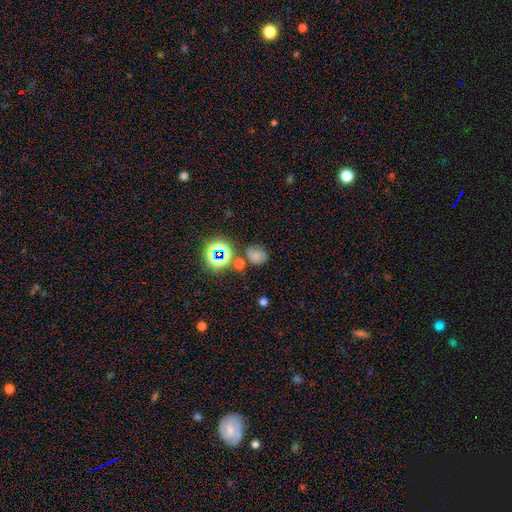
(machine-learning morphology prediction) Smooth or featured? smooth (62%)
How rounded? round (63%)
Merging? none (61%)